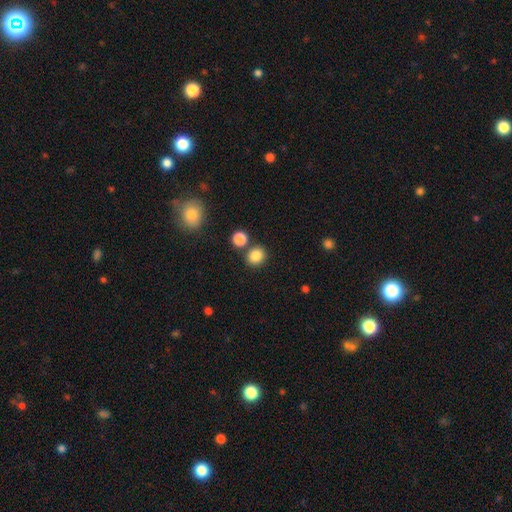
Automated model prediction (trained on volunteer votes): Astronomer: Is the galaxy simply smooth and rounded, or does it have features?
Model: smooth — 84%.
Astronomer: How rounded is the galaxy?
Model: round — 78%.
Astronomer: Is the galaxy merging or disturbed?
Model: none — 77%.